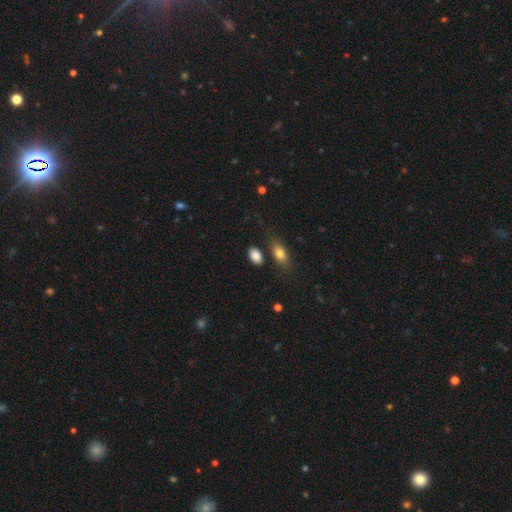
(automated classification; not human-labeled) A smooth galaxy with no disk features (87%) that is in between round and cigar-shaped (87%). Merging: none (76%).